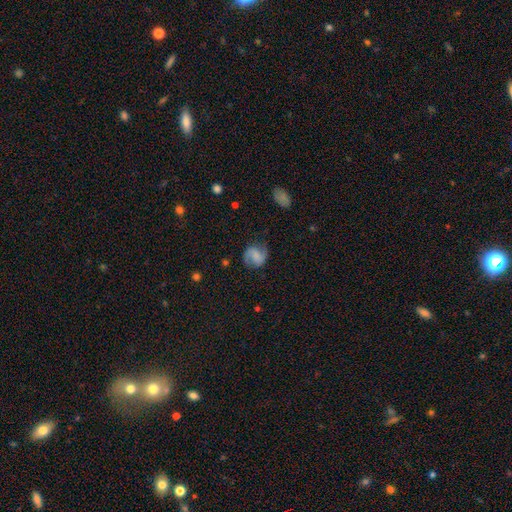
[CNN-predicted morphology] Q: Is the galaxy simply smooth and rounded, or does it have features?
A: featured or disk — 66%.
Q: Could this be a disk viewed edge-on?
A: no — 98%.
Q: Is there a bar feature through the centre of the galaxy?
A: weak — 44%.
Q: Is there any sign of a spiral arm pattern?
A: yes — 94%.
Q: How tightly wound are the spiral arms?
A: medium — 48%.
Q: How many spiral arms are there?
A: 2 — 89%.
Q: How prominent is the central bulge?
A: none — 46%.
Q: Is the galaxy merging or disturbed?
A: none — 75%.